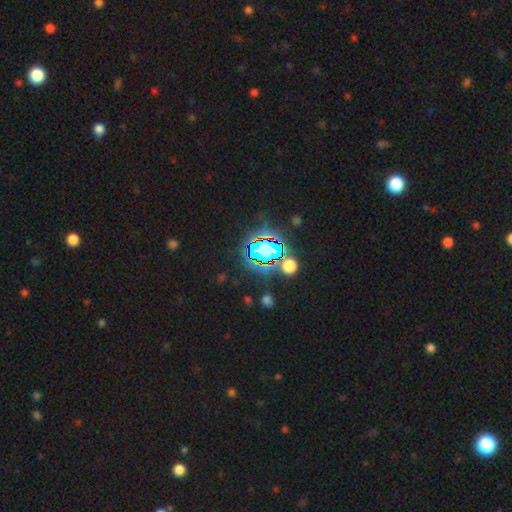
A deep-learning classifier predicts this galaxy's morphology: Smooth or featured? Predicted: star or artifact (p=0.67).